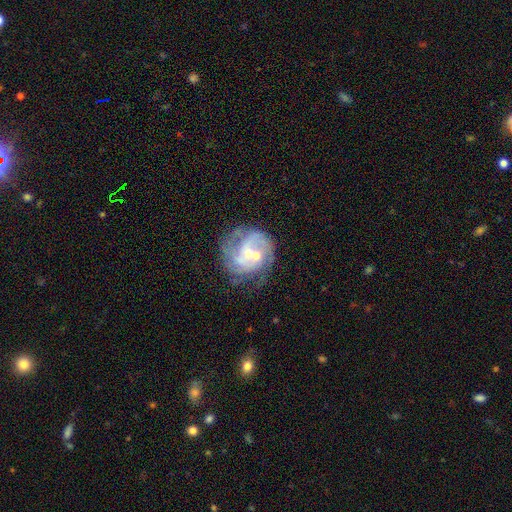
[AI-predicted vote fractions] Smooth or featured: featured or disk — 76% (smooth — 17%)
Edge-on disk: no — 98% (yes — 2%)
Bar: no — 60% (weak — 33%)
Spiral arms: yes — 81% (no — 19%)
Spiral winding: medium — 40% (tight — 39%)
Spiral arm count: 2 — 32% (can't tell — 31%)
Bulge size: small — 48% (moderate — 37%)
Merging: none — 47% (minor disturbance — 18%)